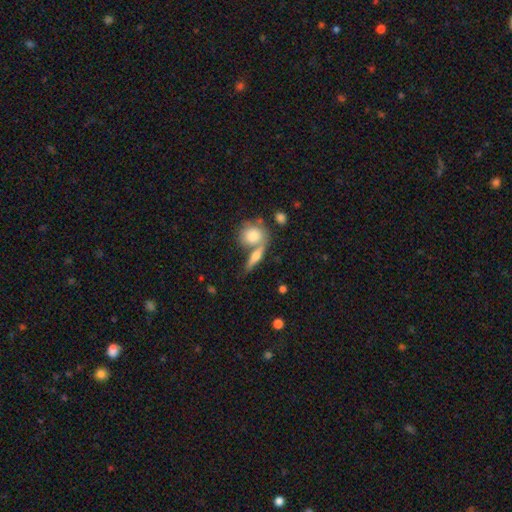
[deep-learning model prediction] smooth 55%, featured or disk 37%, star or artifact 8%. Down the decision tree: how rounded — cigar-shaped (42%); merging — none (51%).